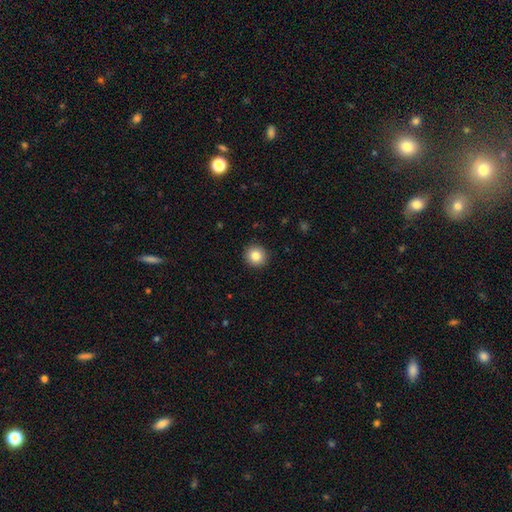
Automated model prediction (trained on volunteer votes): Overall: smooth (84%). How rounded: round (93%). Merging: none (92%).